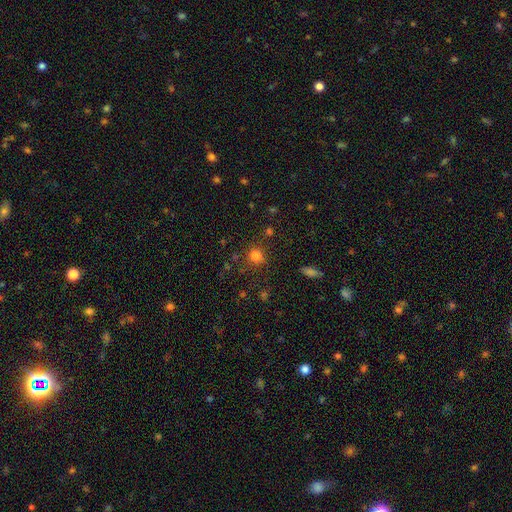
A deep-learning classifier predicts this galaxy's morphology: This appears to be a smooth galaxy with no disk features (78%) that is round (75%). Merging: none (77%).